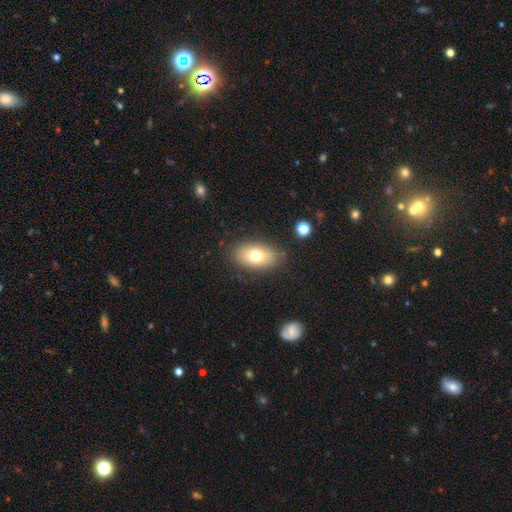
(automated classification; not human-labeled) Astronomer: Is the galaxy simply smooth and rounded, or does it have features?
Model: smooth — 73%.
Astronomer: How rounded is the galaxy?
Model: in between — 89%.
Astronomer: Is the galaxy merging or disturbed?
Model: none — 82%.